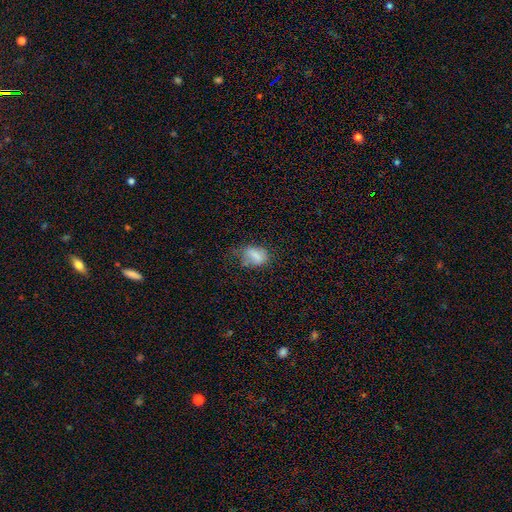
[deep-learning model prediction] Overall: smooth (76%). How rounded: in between (78%). Merging: none (42%; minor disturbance 34%).